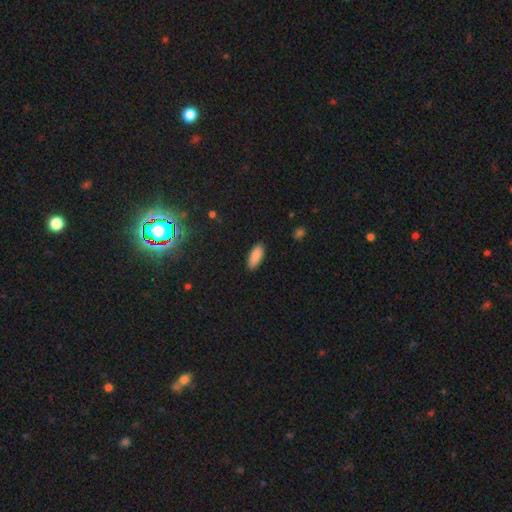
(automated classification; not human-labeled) This is clearly a smooth galaxy (89%). How rounded: likely in between (78%). Merging: clearly none (89%).